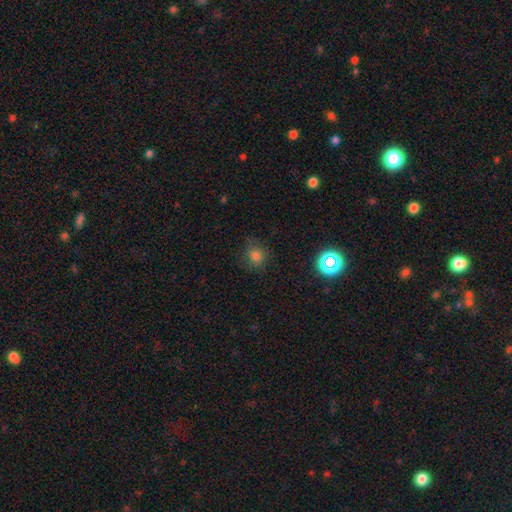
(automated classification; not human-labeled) A smooth galaxy with no disk features (75%) that is round (81%).

Vote fractions:
- Smooth or featured? smooth: 75% / star or artifact: 18% / featured or disk: 7%
- How rounded? round: 81% / in between: 18% / cigar-shaped: 1%
- Merging? none: 73% / minor disturbance: 19% / major disturbance: 7% / merger: 2%